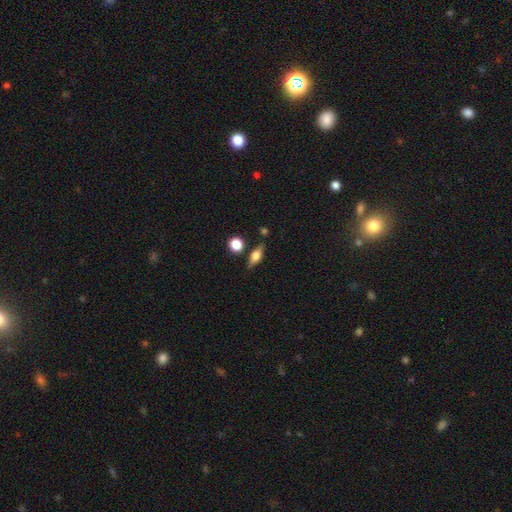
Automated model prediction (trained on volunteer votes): Q: Smooth or featured?
A: featured or disk (50%); runner-up: smooth (41%)
Q: Edge-on disk?
A: yes (92%); runner-up: no (8%)
Q: Merging?
A: none (79%); runner-up: minor disturbance (12%)